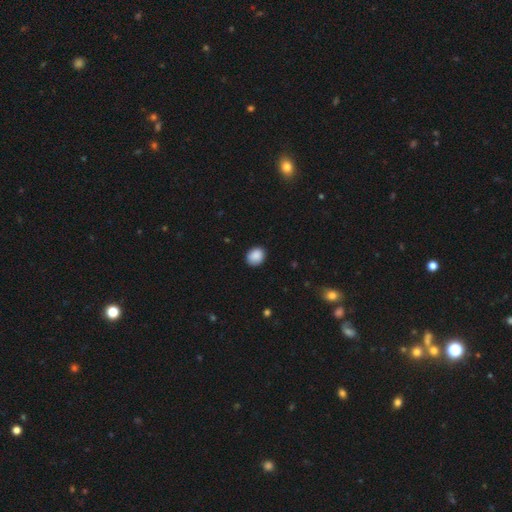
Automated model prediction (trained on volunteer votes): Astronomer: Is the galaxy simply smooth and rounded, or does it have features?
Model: smooth — 89%.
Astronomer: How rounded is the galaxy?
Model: round — 54% (runner-up: in between, 45%).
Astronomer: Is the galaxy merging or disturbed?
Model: none — 85%.